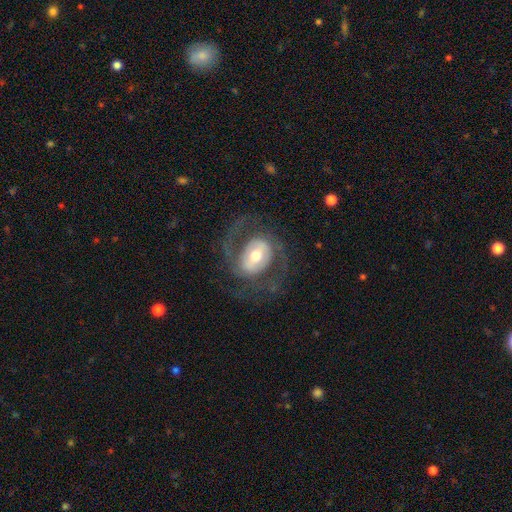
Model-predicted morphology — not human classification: type=featured or disk (81%); edge-on=no (97%); bar=weak (41%); spiral arms=yes (88%); winding=medium (51%); arm count=2 (83%); bulge=moderate (64%); merging=none (69%).